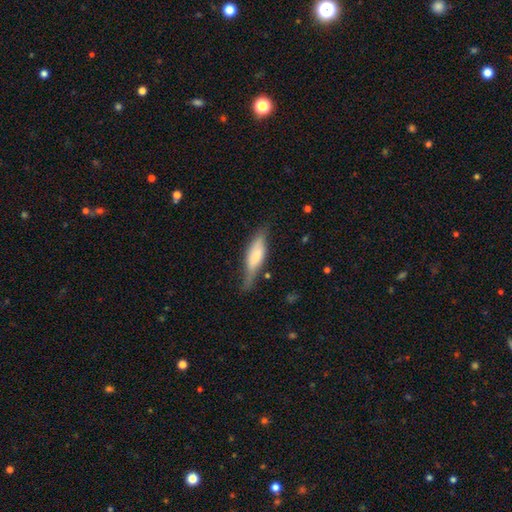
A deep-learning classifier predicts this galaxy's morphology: A smooth galaxy with no disk features (56%) that is cigar-shaped (55%).

Vote fractions:
- Smooth or featured? smooth: 56% / featured or disk: 38% / star or artifact: 6%
- How rounded? cigar-shaped: 55% / in between: 43% / round: 2%
- Merging? none: 59% / minor disturbance: 29% / major disturbance: 9% / merger: 3%